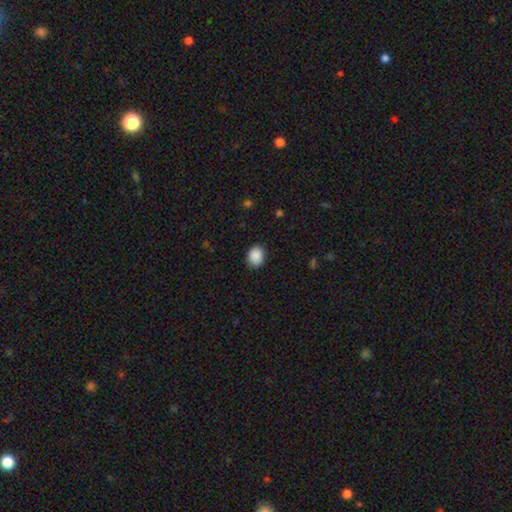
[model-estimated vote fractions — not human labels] Smooth or featured? Predicted: smooth (p=0.89). How rounded? Predicted: in between (p=0.62). Merging? Predicted: none (p=0.87).